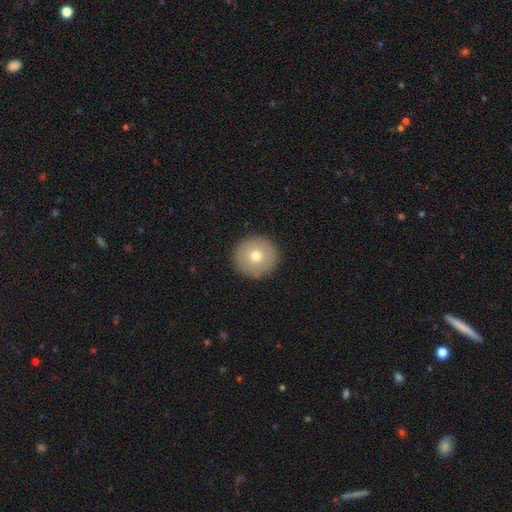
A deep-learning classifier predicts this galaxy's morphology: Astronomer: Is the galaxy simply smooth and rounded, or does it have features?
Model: smooth — 73%.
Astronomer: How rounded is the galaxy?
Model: round — 94%.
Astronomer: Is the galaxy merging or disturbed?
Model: none — 92%.